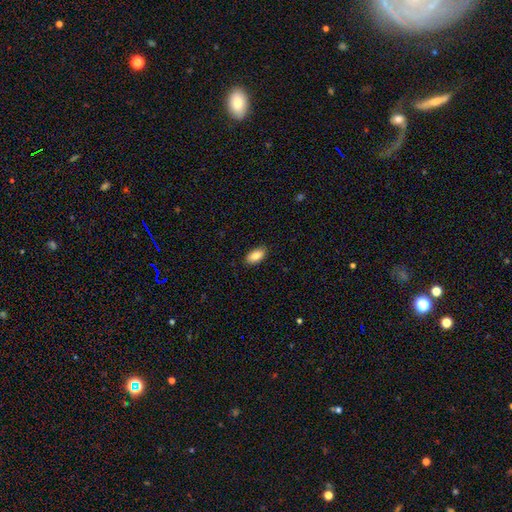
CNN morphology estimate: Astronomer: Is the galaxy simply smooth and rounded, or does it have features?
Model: smooth — 86%.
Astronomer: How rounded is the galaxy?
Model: in between — 92%.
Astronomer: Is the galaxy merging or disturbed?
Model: none — 89%.